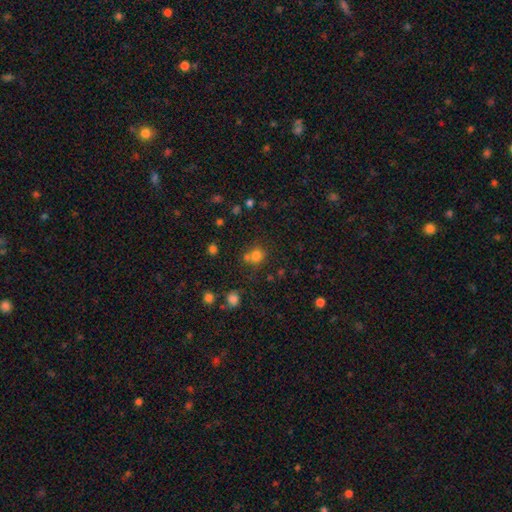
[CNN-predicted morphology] A smooth galaxy with no disk features (75%) that is round (78%). Merging: none (53%).